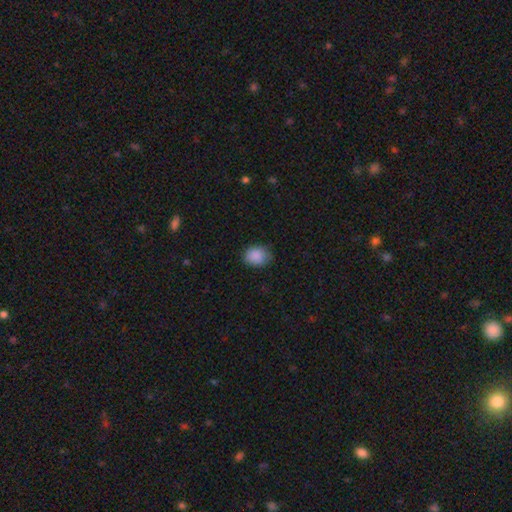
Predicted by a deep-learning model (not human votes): smooth-or-featured: smooth: 88% | star or artifact: 8% | featured or disk: 4%
  how-rounded: in between: 50% | round: 49% | cigar-shaped: 1%
  merging: none: 74% | minor disturbance: 21% | major disturbance: 4% | merger: 1%